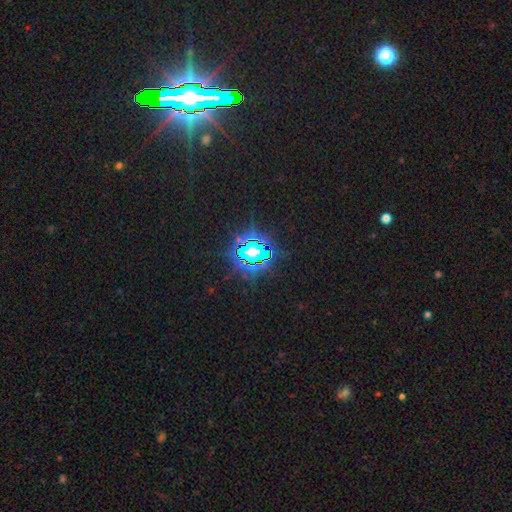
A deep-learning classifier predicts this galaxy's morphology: This is likely a star or artifact rather than a galaxy (75%).